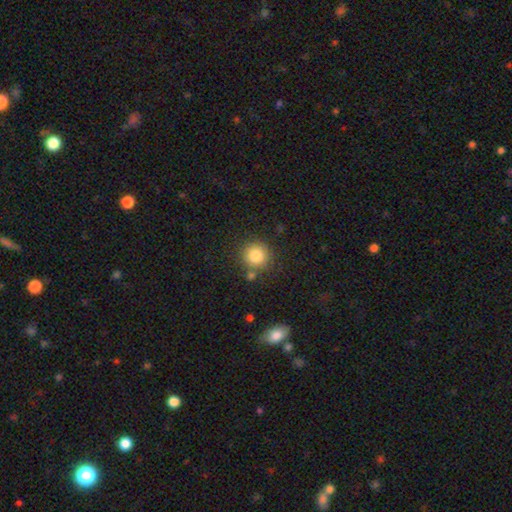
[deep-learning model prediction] Q: Smooth or featured?
A: smooth (82%); runner-up: star or artifact (11%)
Q: How rounded?
A: round (93%); runner-up: in between (6%)
Q: Merging?
A: none (78%); runner-up: minor disturbance (10%)